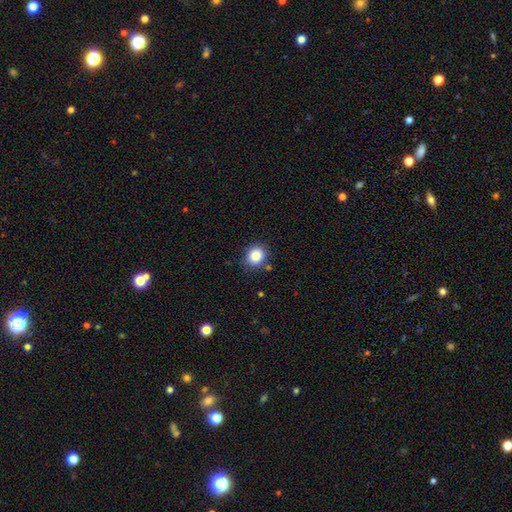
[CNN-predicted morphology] This is clearly a smooth galaxy (86%). How rounded: likely round (80%). Merging: clearly none (84%).